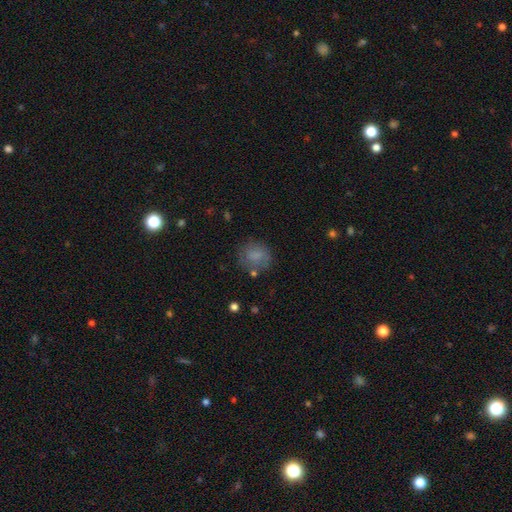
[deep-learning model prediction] A smooth galaxy with no disk features (72%) that is round (75%). Merging: none (66%).